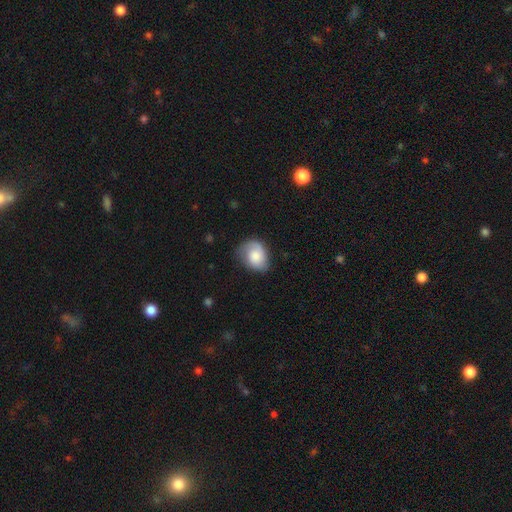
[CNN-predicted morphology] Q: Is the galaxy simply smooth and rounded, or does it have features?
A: smooth — 61%.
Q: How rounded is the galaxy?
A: in between — 58%.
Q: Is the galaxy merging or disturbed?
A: none — 61%.